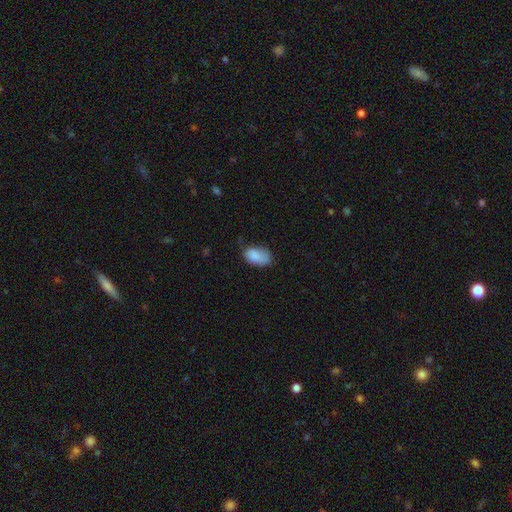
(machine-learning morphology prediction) Smooth or featured? smooth (85%)
How rounded? in between (92%)
Merging? none (49%)